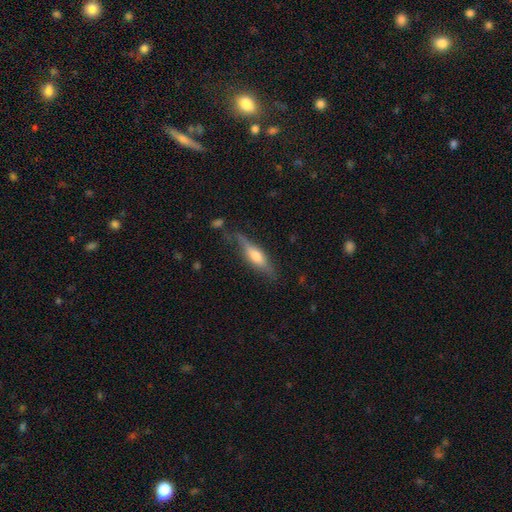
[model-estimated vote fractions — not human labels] Overall: featured or disk (53%; smooth 41%). Edge-on disk: yes (89%). Merging: none (67%).